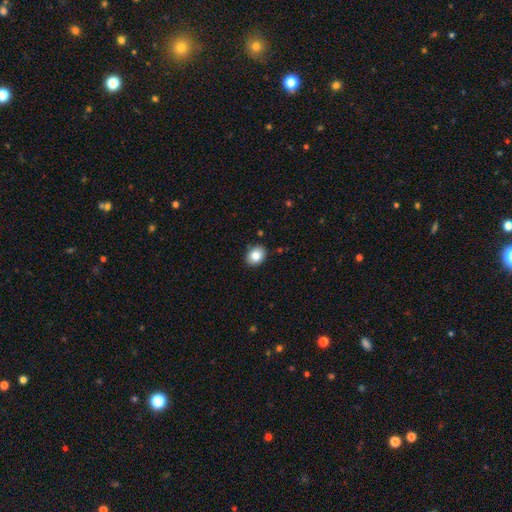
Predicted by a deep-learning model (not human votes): Overall: smooth (84%). How rounded: in between (52%; round 47%). Merging: none (88%).